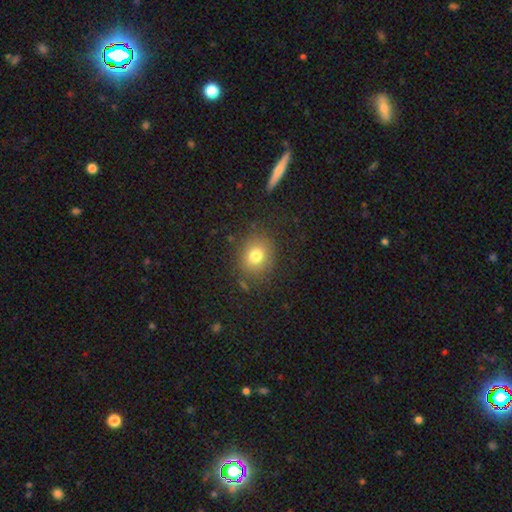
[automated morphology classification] smooth-or-featured: smooth: 77% | star or artifact: 13% | featured or disk: 10%
  how-rounded: round: 69% | in between: 30% | cigar-shaped: 1%
  merging: none: 83% | minor disturbance: 11% | major disturbance: 4% | merger: 2%